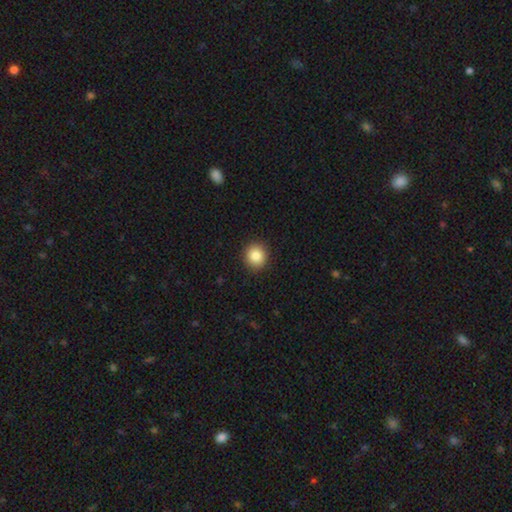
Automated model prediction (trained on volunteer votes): smooth 87%, star or artifact 9%, featured or disk 5%. Down the decision tree: how rounded — round (87%); merging — none (91%).